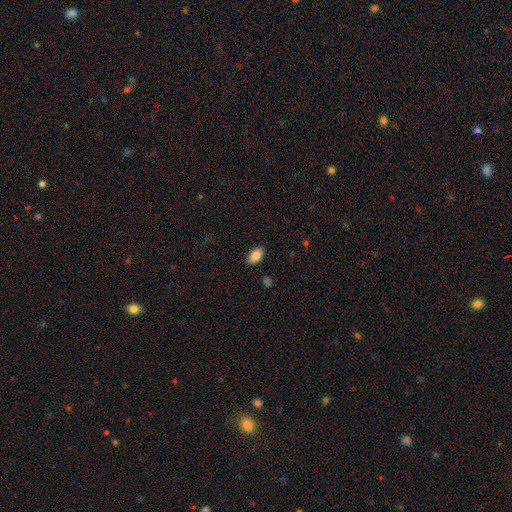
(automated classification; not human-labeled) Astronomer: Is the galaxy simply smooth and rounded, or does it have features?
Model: smooth — 86%.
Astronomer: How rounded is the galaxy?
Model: in between — 92%.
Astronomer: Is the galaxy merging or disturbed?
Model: none — 87%.